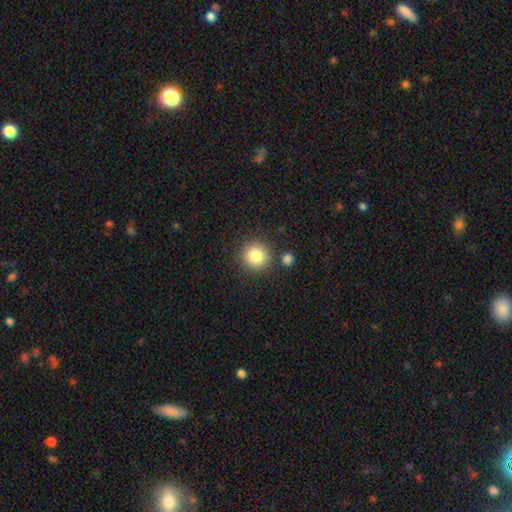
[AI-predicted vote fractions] smooth 83%, star or artifact 10%, featured or disk 7%. Down the decision tree: how rounded — round (94%); merging — none (83%).